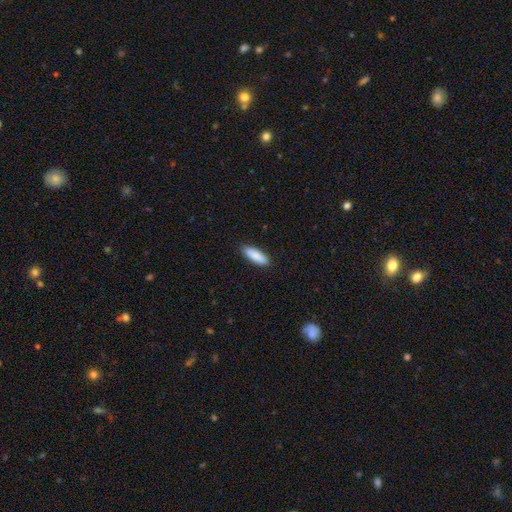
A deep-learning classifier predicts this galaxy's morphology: smooth-or-featured: smooth: 88% | featured or disk: 6% | star or artifact: 6%
  how-rounded: in between: 50% | cigar-shaped: 48% | round: 2%
  merging: none: 90% | minor disturbance: 7% | major disturbance: 2% | merger: 1%